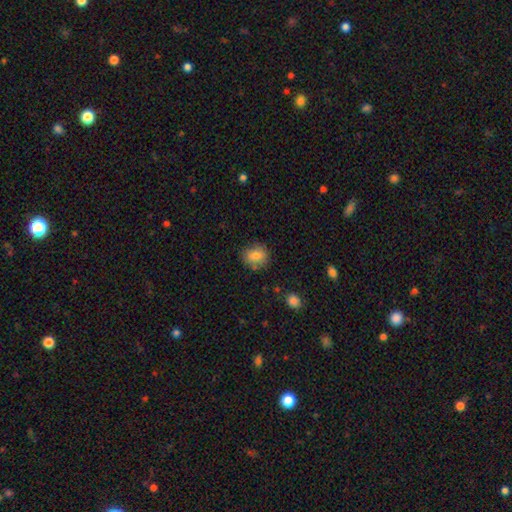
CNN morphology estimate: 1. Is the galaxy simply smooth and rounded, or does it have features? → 83% smooth, 9% star or artifact, 9% featured or disk.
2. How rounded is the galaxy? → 60% round, 39% in between, 1% cigar-shaped.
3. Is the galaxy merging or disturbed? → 79% none, 15% minor disturbance, 4% major disturbance, 2% merger.